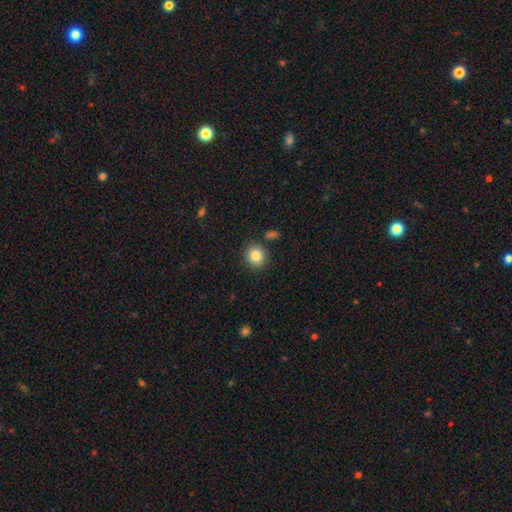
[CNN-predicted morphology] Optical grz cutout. It shows a smooth galaxy with no disk features (85%) that is round (82%). Merging: none (85%).